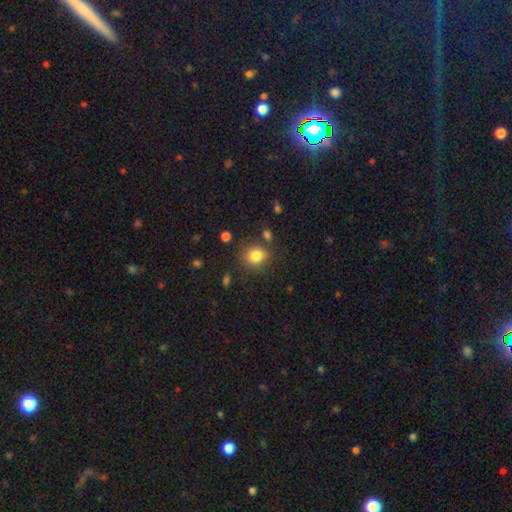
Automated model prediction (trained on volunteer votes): smooth-or-featured: smooth: 83% | star or artifact: 10% | featured or disk: 7%
  how-rounded: round: 76% | in between: 23% | cigar-shaped: 1%
  merging: none: 79% | minor disturbance: 12% | merger: 5% | major disturbance: 4%